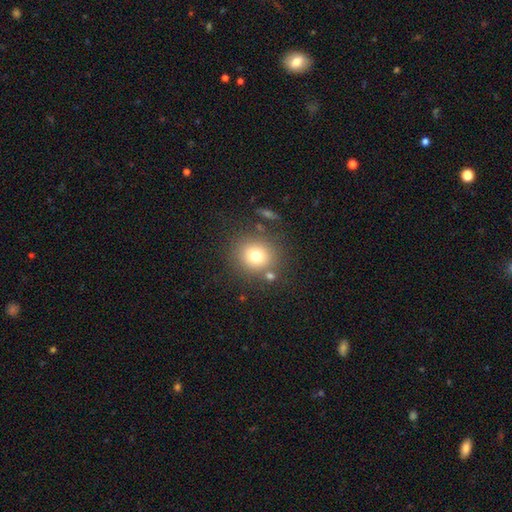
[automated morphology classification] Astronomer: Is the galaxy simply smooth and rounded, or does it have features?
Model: smooth — 75%.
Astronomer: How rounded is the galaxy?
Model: round — 86%.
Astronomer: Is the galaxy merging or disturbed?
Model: none — 78%.